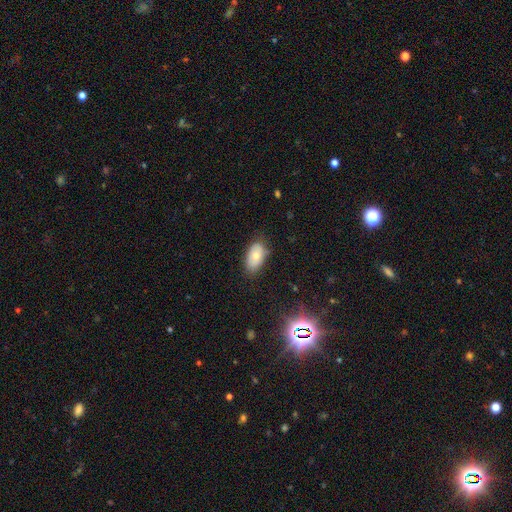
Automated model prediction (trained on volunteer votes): Morphology: type=smooth (71%); roundness=in between (93%); merging=none (76%).